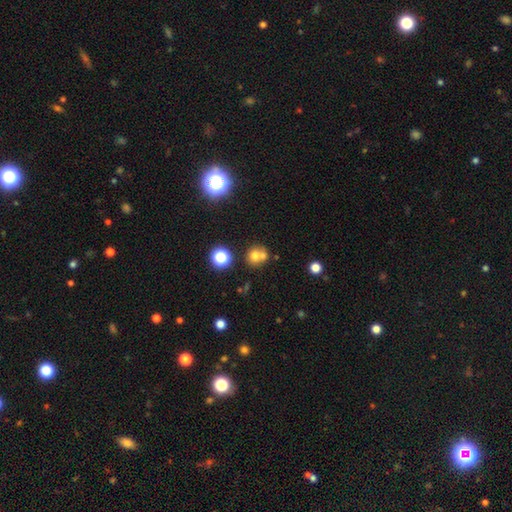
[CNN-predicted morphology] Smooth or featured?
  - smooth: 69% *
  - star or artifact: 16%
  - featured or disk: 15%
How rounded?
  - round: 82% *
  - in between: 17%
  - cigar-shaped: 1%
Merging?
  - merger: 47% *
  - none: 42%
  - minor disturbance: 7%
  - major disturbance: 3%